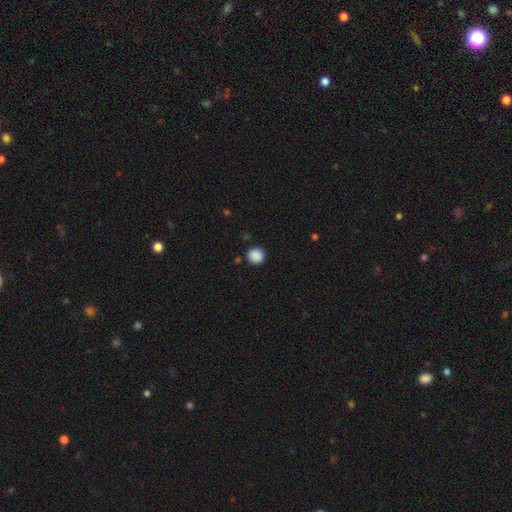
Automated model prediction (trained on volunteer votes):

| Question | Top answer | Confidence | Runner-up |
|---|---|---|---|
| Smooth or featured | smooth | 88% | star or artifact (9%) |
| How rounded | round | 93% | in between (6%) |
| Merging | none | 89% | minor disturbance (7%) |